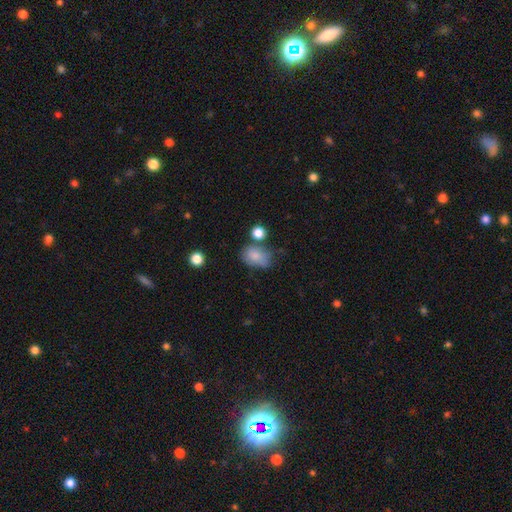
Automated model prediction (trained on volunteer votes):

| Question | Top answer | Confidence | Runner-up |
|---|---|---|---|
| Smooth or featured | smooth | 81% | featured or disk (10%) |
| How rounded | in between | 79% | round (20%) |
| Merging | none | 52% | minor disturbance (27%) |